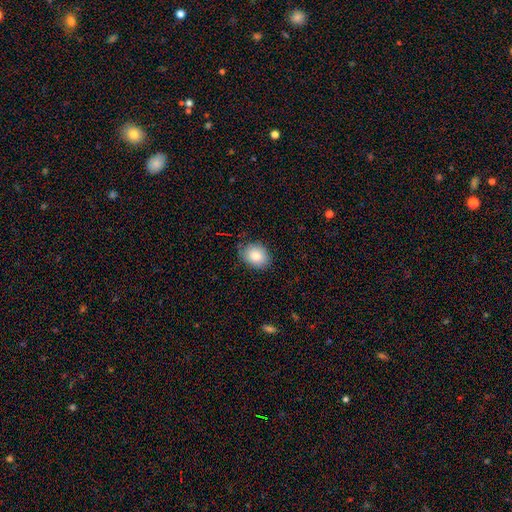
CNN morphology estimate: smooth 83%, featured or disk 9%, star or artifact 8%. Down the decision tree: how rounded — in between (57%); merging — none (79%).